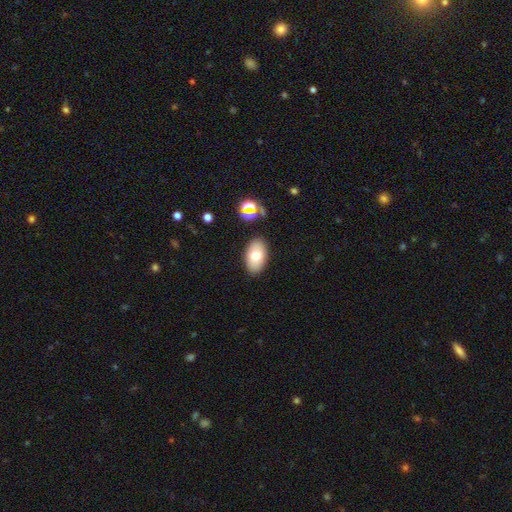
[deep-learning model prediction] Smooth or featured? smooth (73%)
How rounded? in between (92%)
Merging? none (86%)